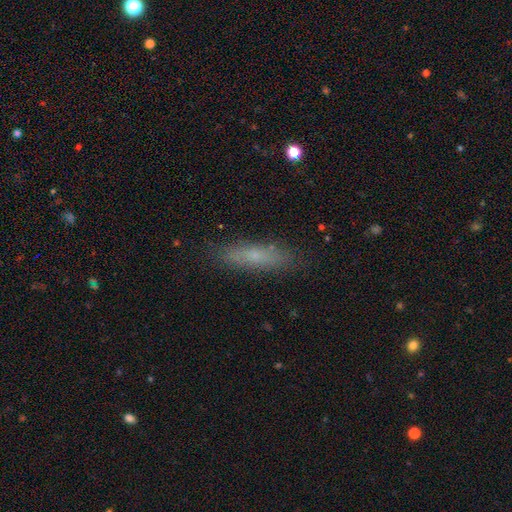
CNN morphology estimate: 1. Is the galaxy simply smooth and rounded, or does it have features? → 64% smooth, 27% featured or disk, 9% star or artifact.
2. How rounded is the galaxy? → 71% cigar-shaped, 27% in between, 2% round.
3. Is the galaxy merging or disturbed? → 84% none, 12% minor disturbance, 3% major disturbance, 1% merger.